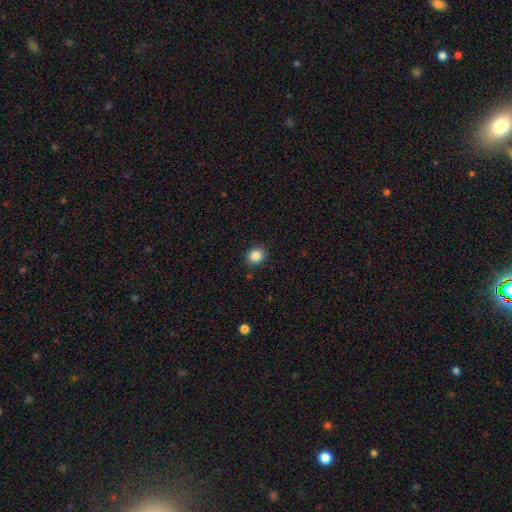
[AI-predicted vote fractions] Q: Smooth or featured?
A: smooth (86%); runner-up: star or artifact (10%)
Q: How rounded?
A: round (66%); runner-up: in between (33%)
Q: Merging?
A: none (89%); runner-up: minor disturbance (8%)